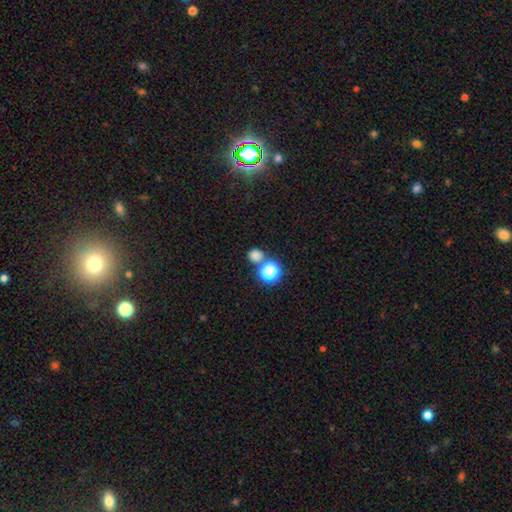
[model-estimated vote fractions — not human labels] Smooth or featured? smooth (75%)
How rounded? round (88%)
Merging? none (70%)